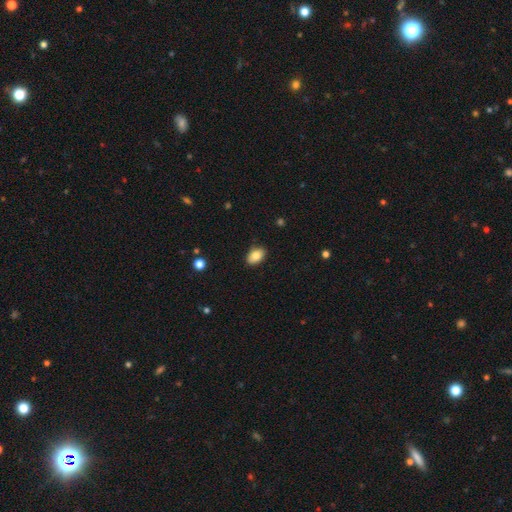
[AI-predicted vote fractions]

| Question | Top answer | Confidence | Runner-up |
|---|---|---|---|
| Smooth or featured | smooth | 84% | featured or disk (9%) |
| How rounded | in between | 87% | round (12%) |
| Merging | none | 87% | minor disturbance (10%) |